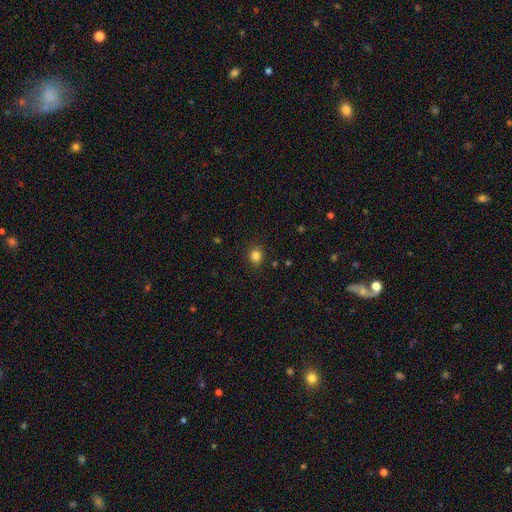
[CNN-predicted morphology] A smooth galaxy with no disk features (83%) that is round (78%).

Vote fractions:
- Smooth or featured? smooth: 83% / star or artifact: 12% / featured or disk: 4%
- How rounded? round: 78% / in between: 21% / cigar-shaped: 1%
- Merging? none: 89% / minor disturbance: 8% / major disturbance: 2% / merger: 1%